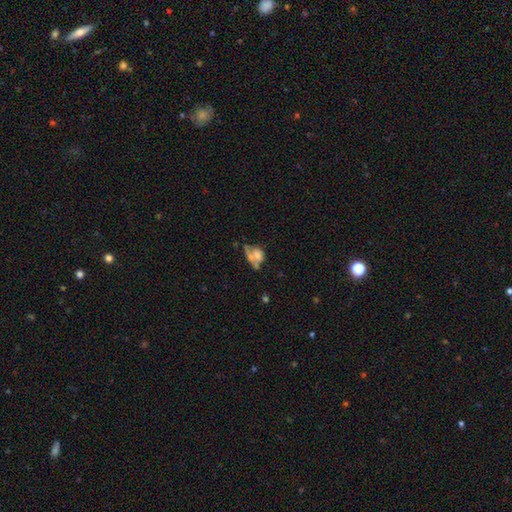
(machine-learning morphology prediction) type=smooth (53%); roundness=in between (71%); merging=merger (45%).